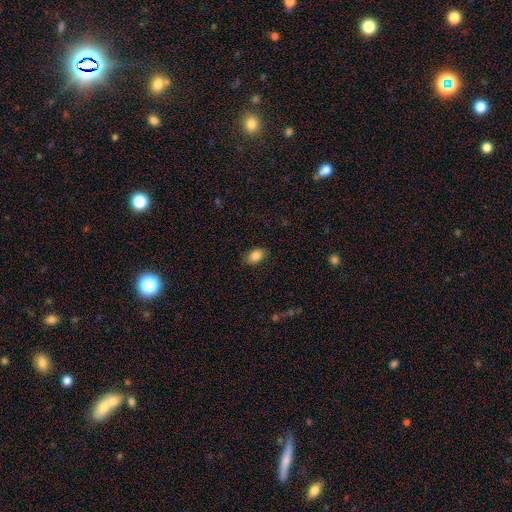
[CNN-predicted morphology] This is clearly a smooth galaxy (87%). How rounded: clearly in between (84%). Merging: clearly none (85%).